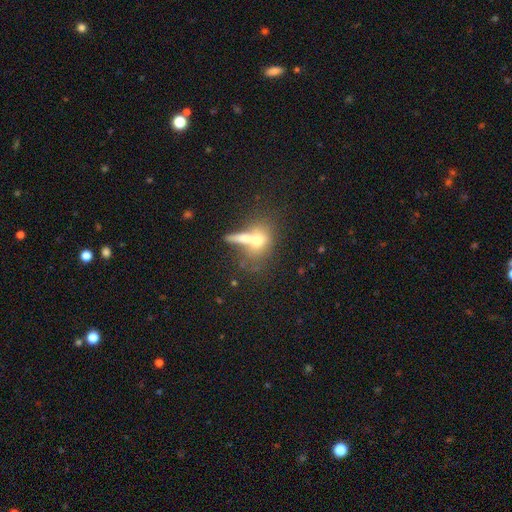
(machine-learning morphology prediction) smooth_or_featured: smooth (p=0.51) [alt: featured or disk p=0.33]
how_rounded: in between (p=0.46) [alt: round p=0.41]
merging: merger (p=0.49) [alt: none p=0.29]